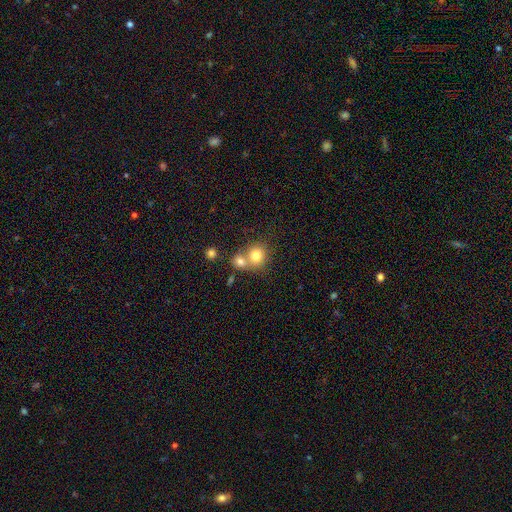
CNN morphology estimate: Smooth or featured? smooth (78%)
How rounded? round (81%)
Merging? merger (47%)